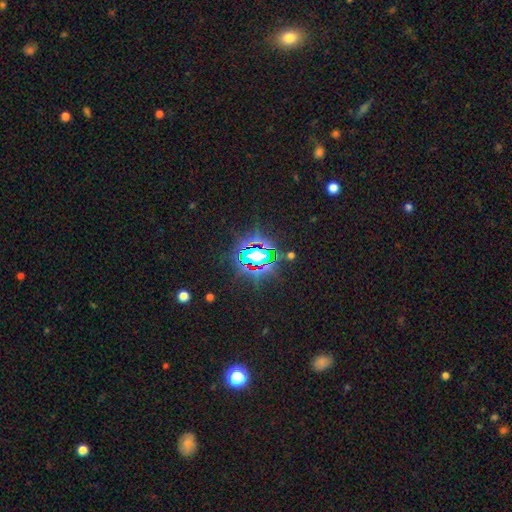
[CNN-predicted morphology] Smooth or featured?
  - star or artifact: 68% *
  - smooth: 19%
  - featured or disk: 13%